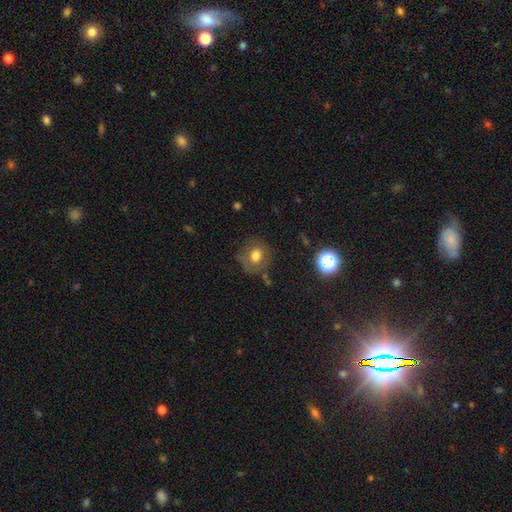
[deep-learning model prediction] Smooth or featured?
  - smooth: 69% *
  - featured or disk: 19%
  - star or artifact: 12%
How rounded?
  - round: 81% *
  - in between: 18%
  - cigar-shaped: 1%
Merging?
  - none: 71% *
  - minor disturbance: 18%
  - major disturbance: 8%
  - merger: 3%